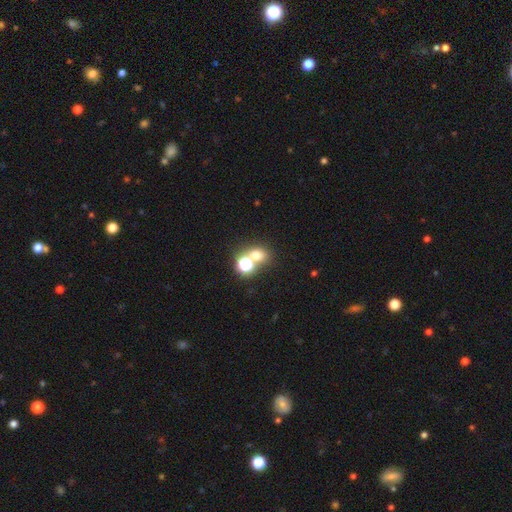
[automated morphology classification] A smooth galaxy with no disk features (63%) that is round (64%). Merging: none (52%).